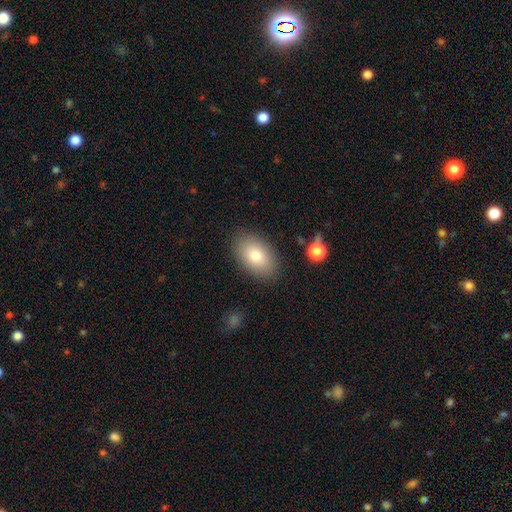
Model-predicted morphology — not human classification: Smooth or featured? smooth (78%)
How rounded? in between (91%)
Merging? none (86%)